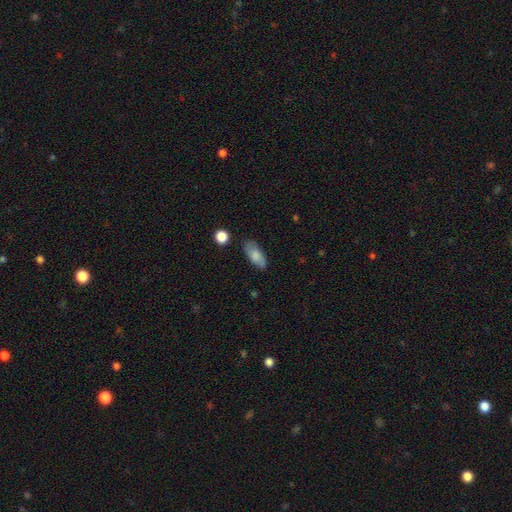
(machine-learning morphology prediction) A smooth galaxy with no disk features (74%) that is in between round and cigar-shaped (85%).

Vote fractions:
- Smooth or featured? smooth: 74% / featured or disk: 19% / star or artifact: 7%
- How rounded? in between: 85% / cigar-shaped: 12% / round: 3%
- Merging? none: 79% / minor disturbance: 16% / major disturbance: 4% / merger: 2%